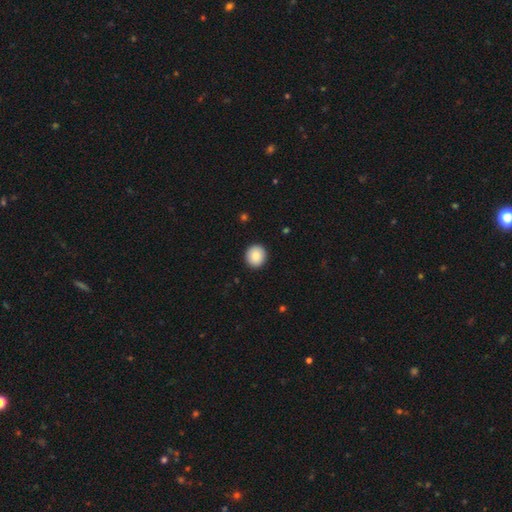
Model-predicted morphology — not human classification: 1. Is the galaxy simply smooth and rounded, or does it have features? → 89% smooth, 8% star or artifact, 4% featured or disk.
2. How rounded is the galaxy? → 89% round, 10% in between, 1% cigar-shaped.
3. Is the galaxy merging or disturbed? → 92% none, 5% minor disturbance, 2% major disturbance, 1% merger.